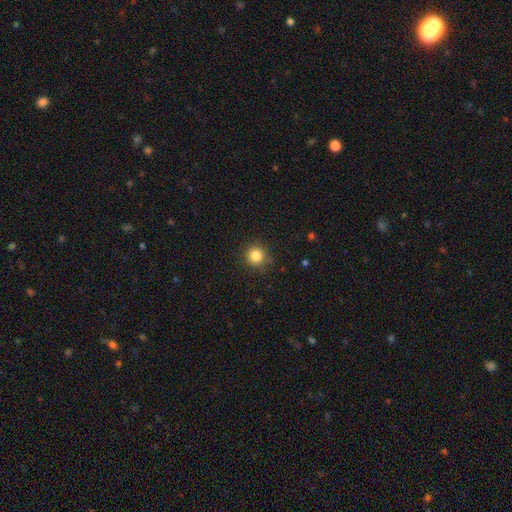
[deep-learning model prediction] Smooth or featured? Predicted: smooth (p=0.84). How rounded? Predicted: round (p=0.92). Merging? Predicted: none (p=0.85).